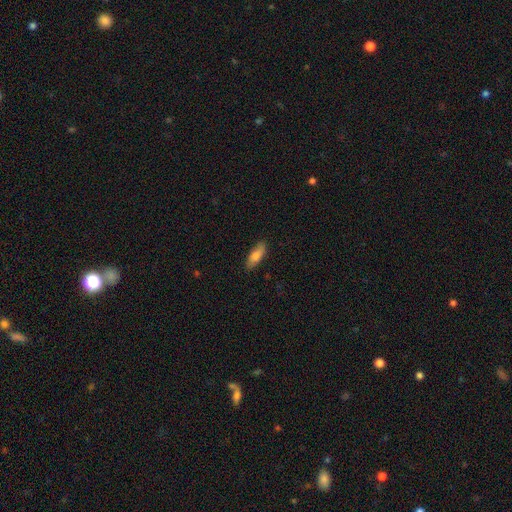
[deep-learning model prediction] Smooth or featured: smooth — 80% (featured or disk — 14%)
How rounded: in between — 64% (cigar-shaped — 34%)
Merging: none — 82% (minor disturbance — 14%)